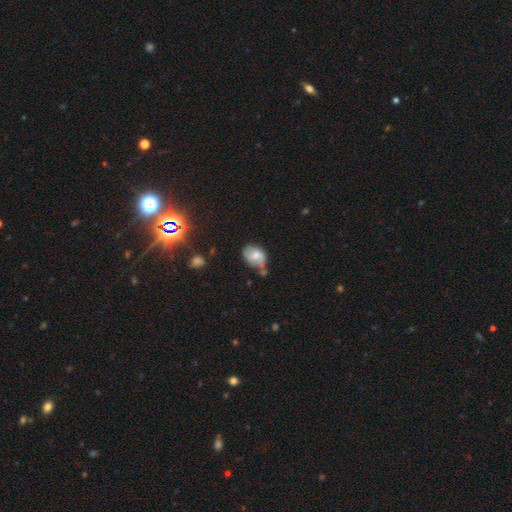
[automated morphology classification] This appears to be a smooth galaxy with no disk features (55%) that is in between round and cigar-shaped (75%). Merging: none (43%).